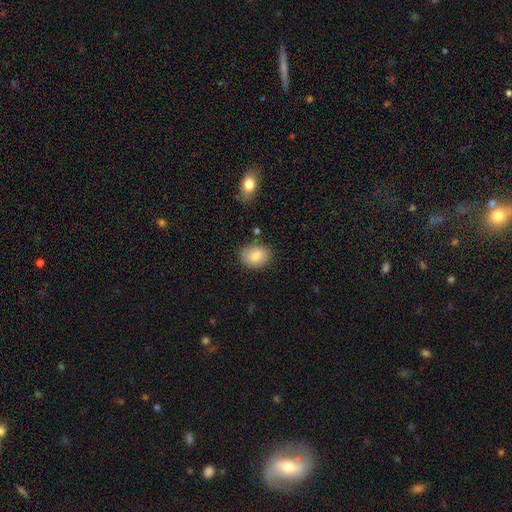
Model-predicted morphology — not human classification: A smooth galaxy with no disk features (84%) that is in between round and cigar-shaped (58%).

Vote fractions:
- Smooth or featured? smooth: 84% / featured or disk: 8% / star or artifact: 8%
- How rounded? in between: 58% / round: 41% / cigar-shaped: 1%
- Merging? none: 80% / minor disturbance: 14% / major disturbance: 3% / merger: 3%